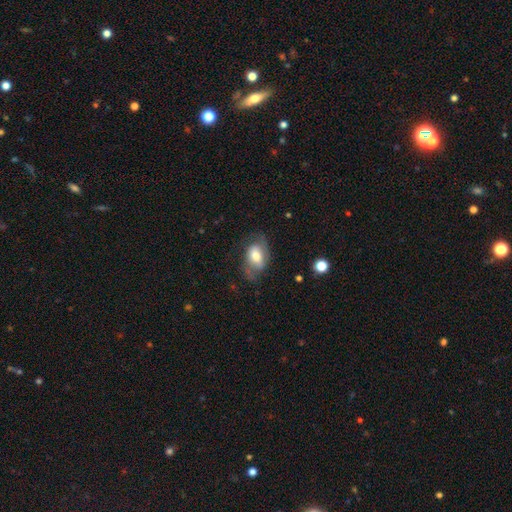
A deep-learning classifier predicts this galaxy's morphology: Q: Smooth or featured?
A: smooth (53%); runner-up: featured or disk (40%)
Q: How rounded?
A: in between (86%); runner-up: round (12%)
Q: Merging?
A: none (56%); runner-up: minor disturbance (26%)